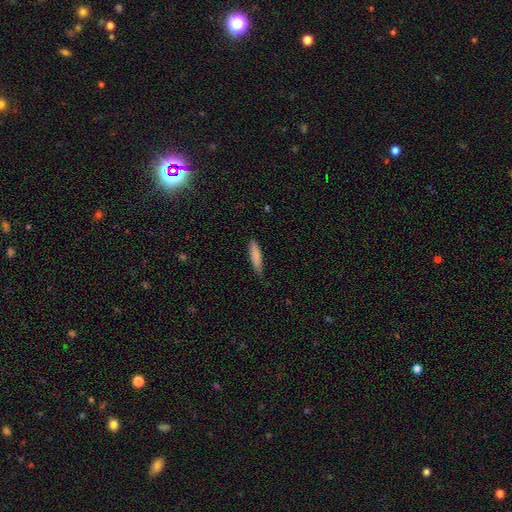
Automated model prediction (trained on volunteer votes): Smooth or featured: smooth — 83% (featured or disk — 11%)
How rounded: cigar-shaped — 78% (in between — 21%)
Merging: none — 72% (minor disturbance — 23%)